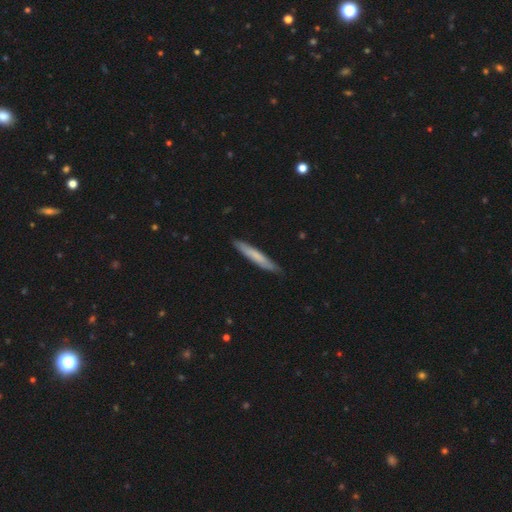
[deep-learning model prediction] A smooth galaxy with no disk features (68%) that is cigar-shaped (94%). Merging: none (86%).